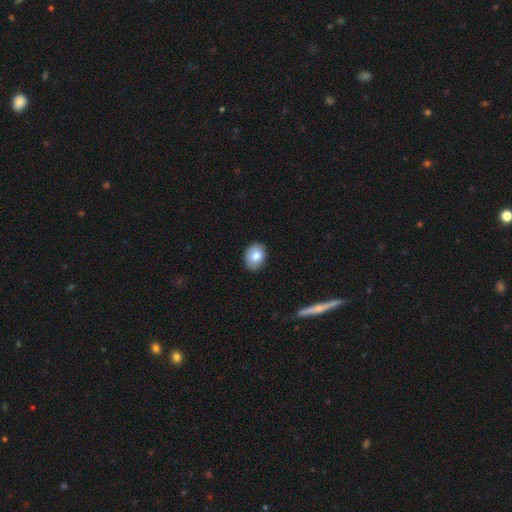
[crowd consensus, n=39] Q: Smooth or featured?
A: smooth (82%); runner-up: featured or disk (15%)
Q: How rounded?
A: in between (69%); runner-up: round (28%)
Q: Merging?
A: none (79%); runner-up: minor disturbance (18%)